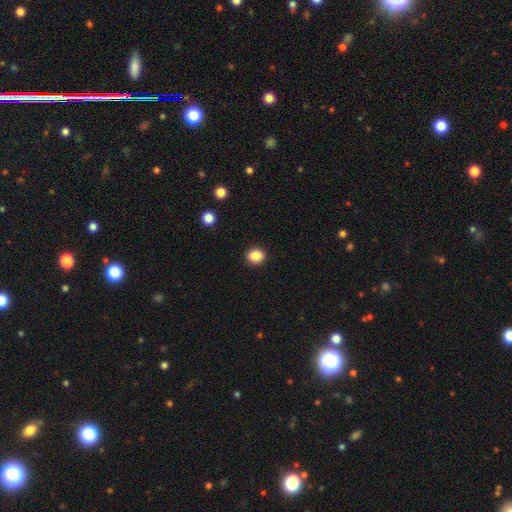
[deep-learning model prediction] Smooth or featured: smooth — 86% (star or artifact — 10%)
How rounded: round — 74% (in between — 25%)
Merging: none — 92% (minor disturbance — 5%)